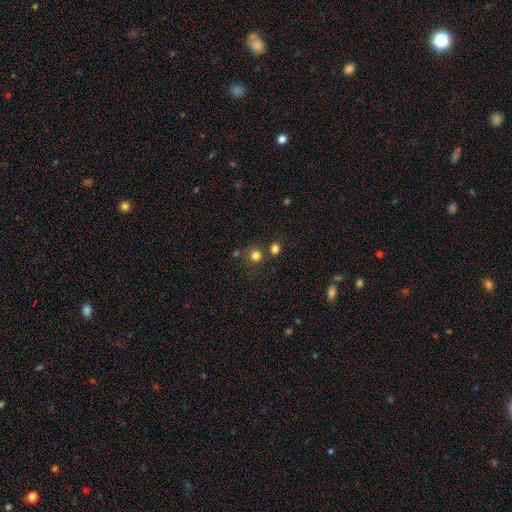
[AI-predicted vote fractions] The model was most divided on "merging": none: 73%, merger: 15%, minor disturbance: 8%, major disturbance: 3%. More confident: how rounded — round (91%); smooth or featured — smooth (78%).